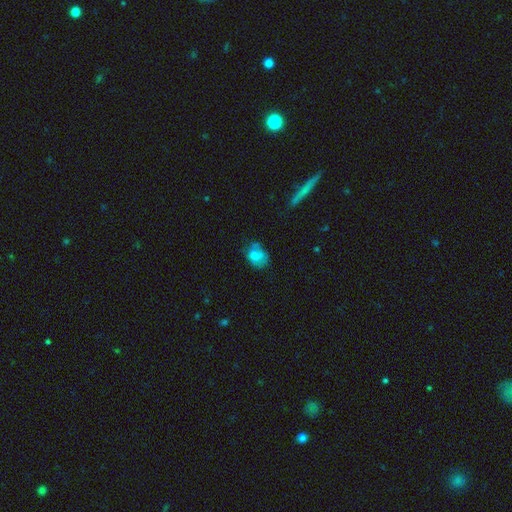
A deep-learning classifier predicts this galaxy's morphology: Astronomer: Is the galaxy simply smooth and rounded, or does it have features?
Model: smooth — 63%.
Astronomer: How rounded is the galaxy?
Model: in between — 64%.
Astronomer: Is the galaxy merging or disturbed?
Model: none — 43% (runner-up: minor disturbance, 30%).